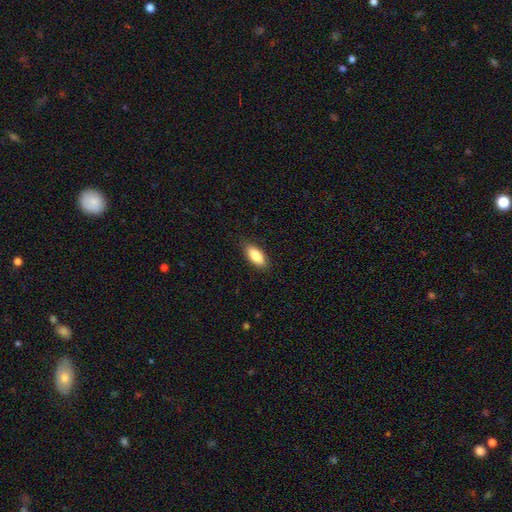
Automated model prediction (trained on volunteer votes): Smooth or featured?
  - smooth: 85% *
  - featured or disk: 8%
  - star or artifact: 6%
How rounded?
  - in between: 83% *
  - cigar-shaped: 15%
  - round: 2%
Merging?
  - none: 87% *
  - minor disturbance: 10%
  - major disturbance: 2%
  - merger: 1%